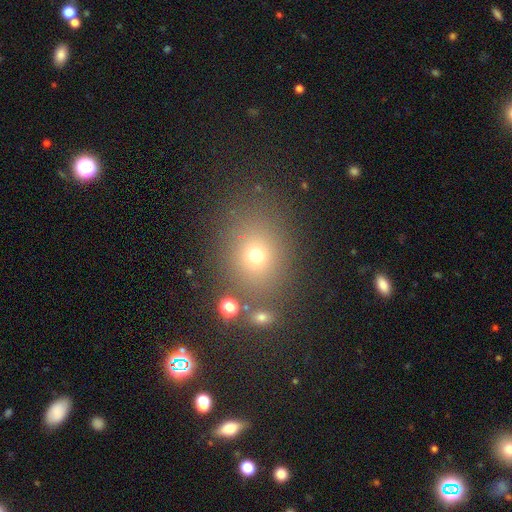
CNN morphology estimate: A smooth galaxy with no disk features (66%) that is round (57%). Merging: none (78%).